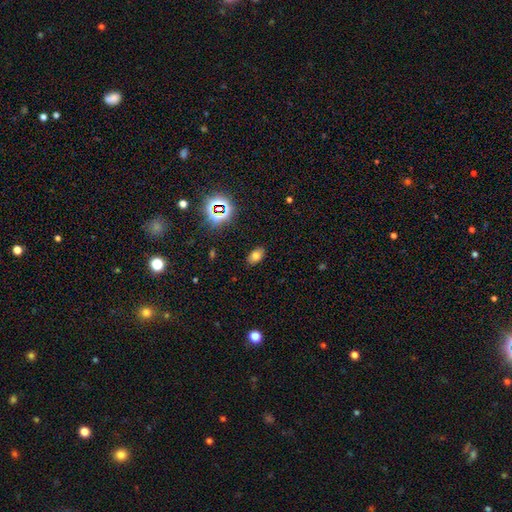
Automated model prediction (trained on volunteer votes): Overall: smooth (70%). How rounded: in between (87%). Merging: none (87%).